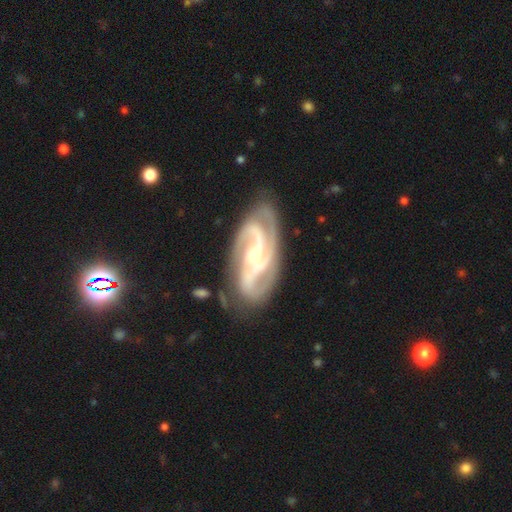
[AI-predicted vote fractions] Smooth or featured: featured or disk — 92% (star or artifact — 4%)
Edge-on disk: no — 96% (yes — 4%)
Bar: no — 39% (weak — 38%)
Spiral arms: yes — 98% (no — 2%)
Spiral winding: medium — 47% (tight — 45%)
Spiral arm count: 3 — 41% (2 — 40%)
Bulge size: small — 62% (moderate — 31%)
Merging: none — 74% (minor disturbance — 18%)